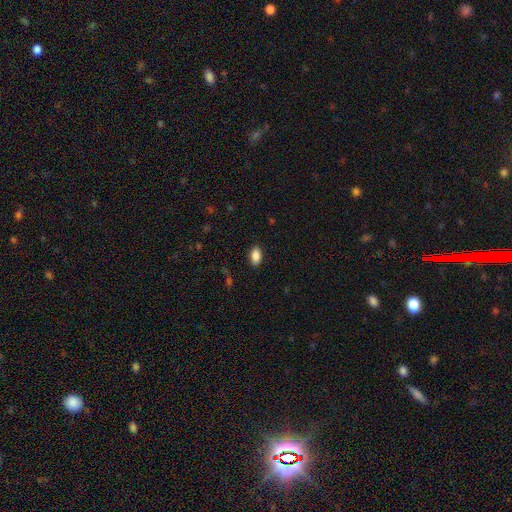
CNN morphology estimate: smooth_or_featured: smooth (p=0.88) [alt: star or artifact p=0.08]
how_rounded: in between (p=0.92) [alt: round p=0.04]
merging: none (p=0.88) [alt: minor disturbance p=0.09]